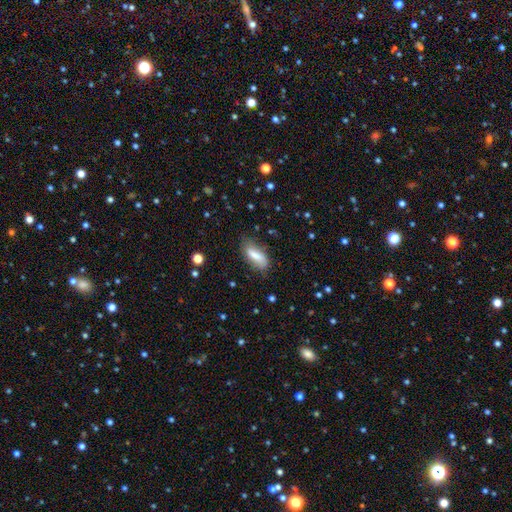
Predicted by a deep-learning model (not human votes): The model was most divided on "merging": none: 69%, minor disturbance: 22%, major disturbance: 6%, merger: 2%. More confident: how rounded — in between (76%); smooth or featured — smooth (72%).